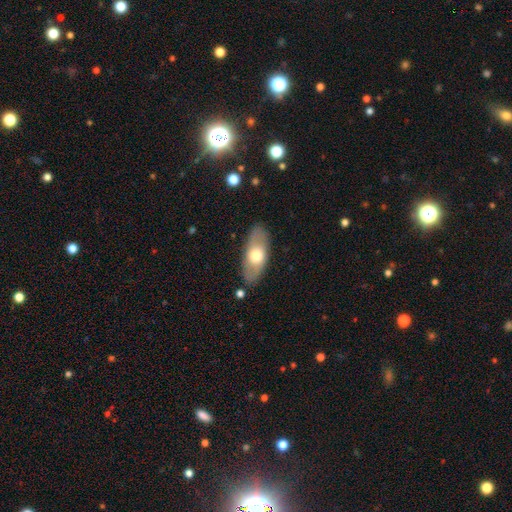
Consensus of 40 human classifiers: smooth_or_featured: smooth (p=0.60) [alt: featured or disk p=0.38]
how_rounded: in between (p=0.96) [alt: round p=0.04]
merging: none (p=0.77) [alt: minor disturbance p=0.15]